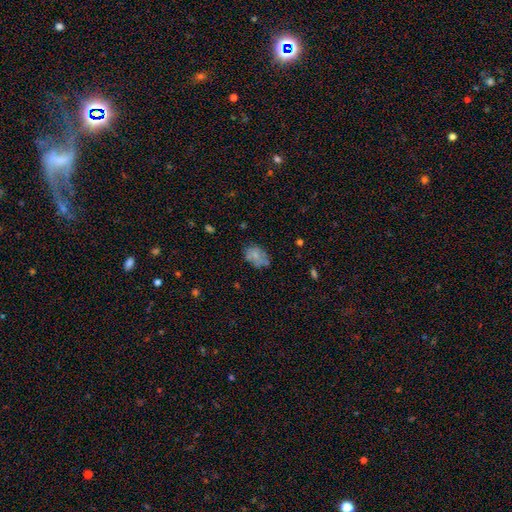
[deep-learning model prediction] Overall: smooth (69%). How rounded: in between (79%). Merging: none (58%; minor disturbance 25%).